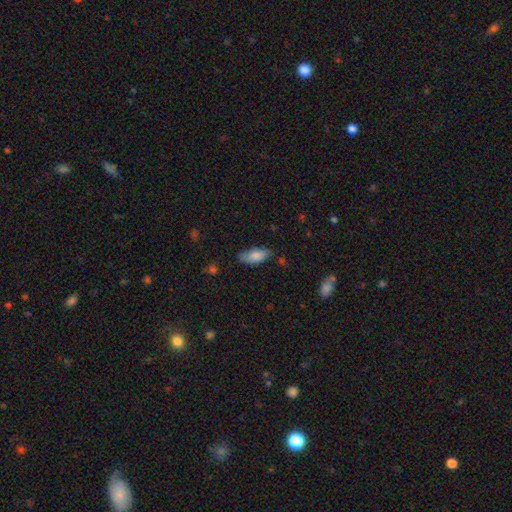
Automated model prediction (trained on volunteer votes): smooth-or-featured: smooth: 80% | featured or disk: 13% | star or artifact: 7%
  how-rounded: in between: 84% | cigar-shaped: 14% | round: 2%
  merging: none: 65% | minor disturbance: 27% | major disturbance: 6% | merger: 2%